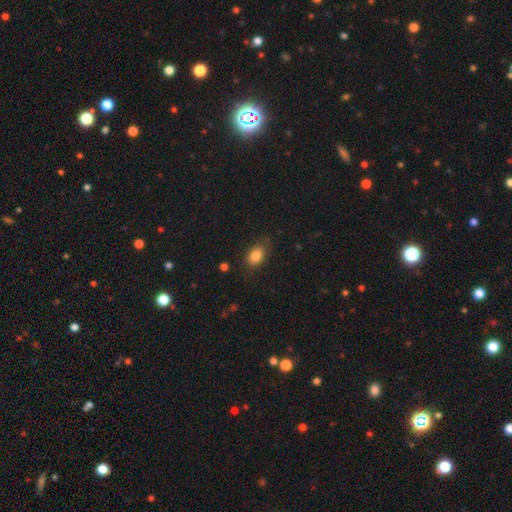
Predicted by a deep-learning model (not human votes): This appears to be a smooth galaxy with no disk features (84%) that is in between round and cigar-shaped (84%). Merging: none (77%).